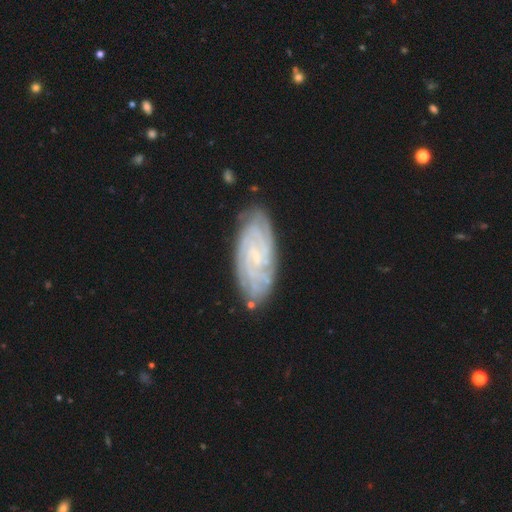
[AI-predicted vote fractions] Smooth or featured?
  - featured or disk: 82% *
  - smooth: 12%
  - star or artifact: 6%
Edge-on disk?
  - no: 94% *
  - yes: 6%
Bar?
  - no: 50% *
  - weak: 39%
  - strong: 11%
Spiral arms?
  - yes: 96% *
  - no: 4%
Spiral winding?
  - tight: 76% *
  - medium: 20%
  - loose: 4%
Spiral arm count?
  - can't tell: 34% *
  - 4: 19%
  - 2: 17%
  - 3: 15%
  - more than 4: 9%
  - 1: 6%
Bulge size?
  - small: 66% *
  - none: 18%
  - moderate: 14%
  - large: 1%
  - dominant: 1%
Merging?
  - none: 80% *
  - minor disturbance: 15%
  - major disturbance: 4%
  - merger: 2%